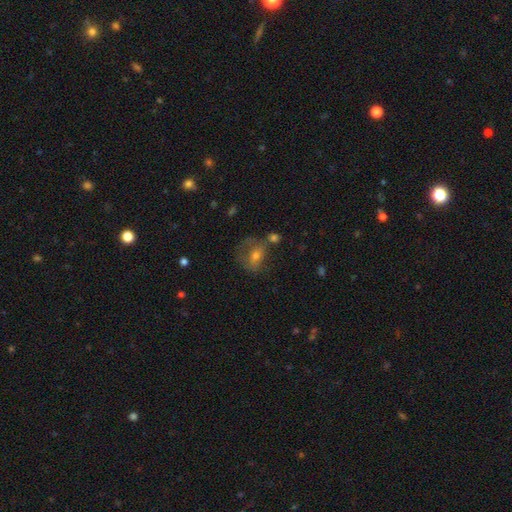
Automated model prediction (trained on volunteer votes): A smooth galaxy with no disk features (51%) that is in between round and cigar-shaped (49%, tied with round).

Vote fractions:
- Smooth or featured? smooth: 51% / featured or disk: 34% / star or artifact: 16%
- How rounded? in between: 49% (tied) / round: 49% (tied) / cigar-shaped: 2%
- Merging? none: 43% / minor disturbance: 23% / major disturbance: 22% / merger: 12%